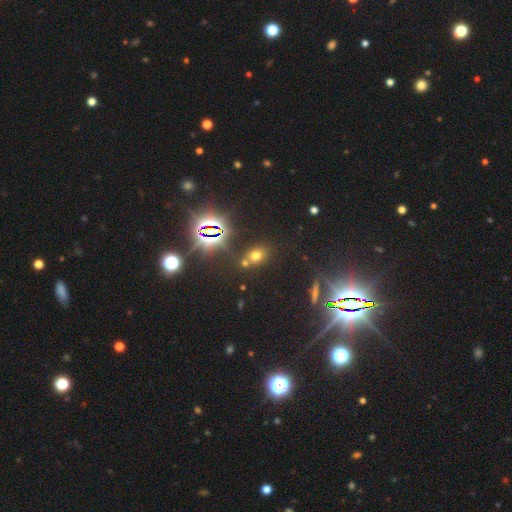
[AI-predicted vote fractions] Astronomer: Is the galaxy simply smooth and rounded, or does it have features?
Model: smooth — 54% (runner-up: star or artifact, 36%).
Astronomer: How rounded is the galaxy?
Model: round — 56% (runner-up: in between, 42%).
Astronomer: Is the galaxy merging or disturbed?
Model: none — 67%.